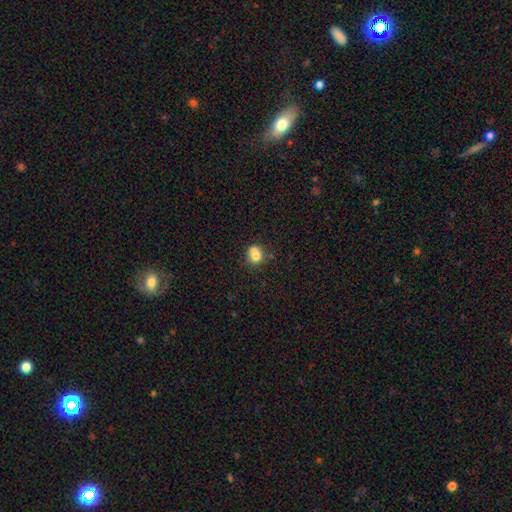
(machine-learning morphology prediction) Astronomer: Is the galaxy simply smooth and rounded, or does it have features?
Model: smooth — 74%.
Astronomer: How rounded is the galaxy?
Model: round — 74%.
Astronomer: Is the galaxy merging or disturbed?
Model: none — 42% (runner-up: merger, 40%).